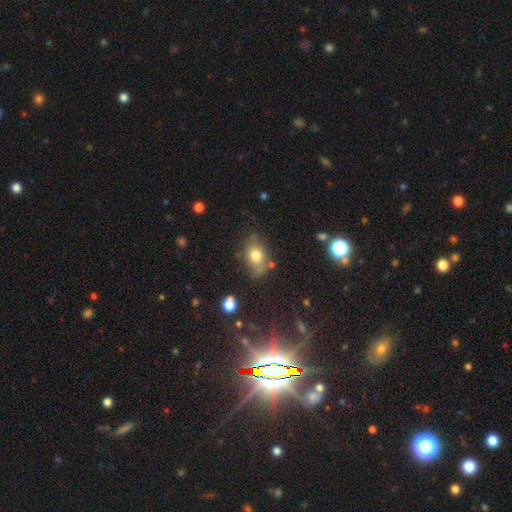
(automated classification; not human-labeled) smooth_or_featured: smooth (p=0.74) [alt: featured or disk p=0.15]
how_rounded: in between (p=0.74) [alt: round p=0.23]
merging: none (p=0.71) [alt: minor disturbance p=0.18]